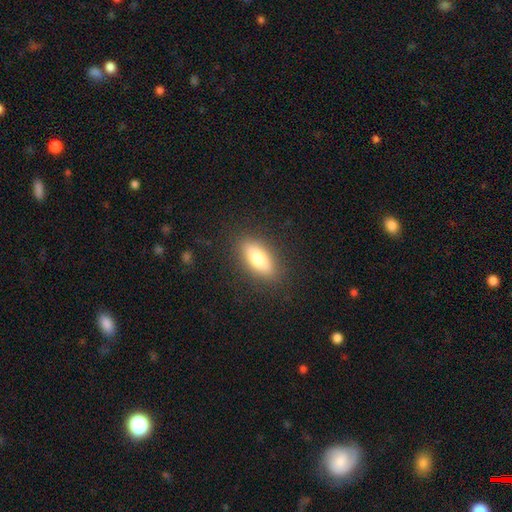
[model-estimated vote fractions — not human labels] Smooth or featured? smooth (74%)
How rounded? in between (73%)
Merging? none (88%)